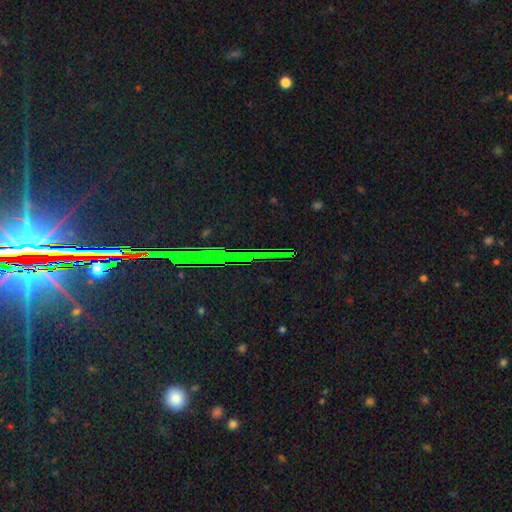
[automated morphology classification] Overall: star or artifact (83%).